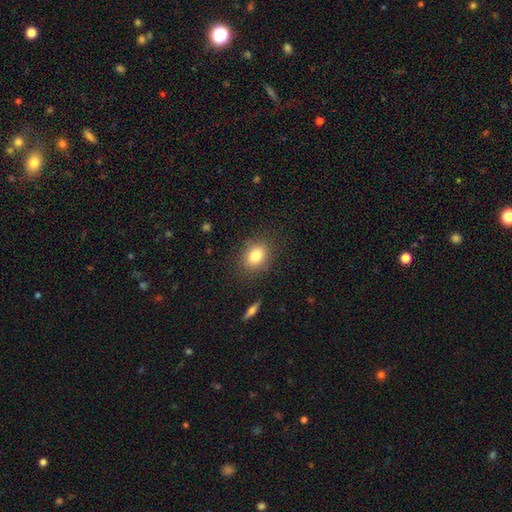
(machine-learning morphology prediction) Smooth or featured?
  - smooth: 81% *
  - featured or disk: 9%
  - star or artifact: 9%
How rounded?
  - in between: 60% *
  - round: 39%
  - cigar-shaped: 1%
Merging?
  - none: 83% *
  - minor disturbance: 11%
  - major disturbance: 4%
  - merger: 2%